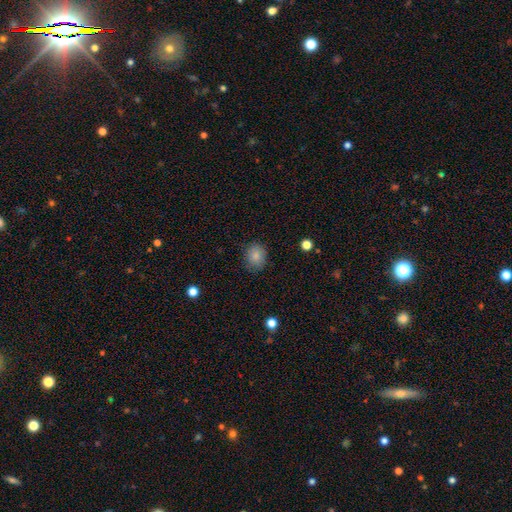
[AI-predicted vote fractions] This is clearly a smooth galaxy (85%). How rounded: possibly round (57%). Merging: likely none (80%).